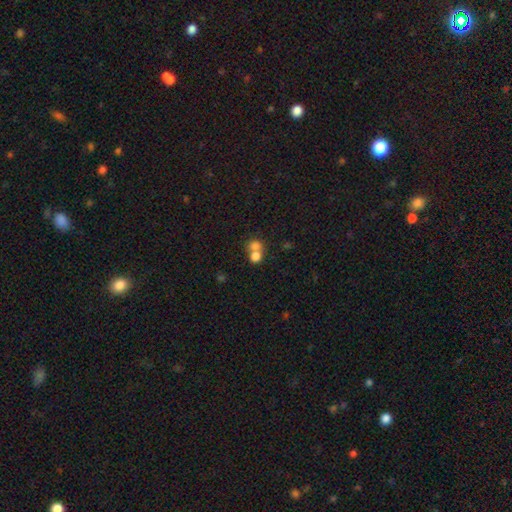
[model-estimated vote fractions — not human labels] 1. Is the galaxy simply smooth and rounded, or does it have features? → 76% smooth, 12% featured or disk, 12% star or artifact.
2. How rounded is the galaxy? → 69% round, 30% in between, 1% cigar-shaped.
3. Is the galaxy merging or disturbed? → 61% merger, 30% none, 6% minor disturbance, 3% major disturbance.